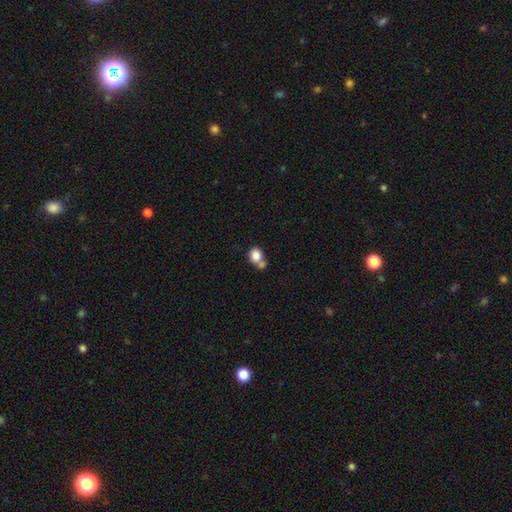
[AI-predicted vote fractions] This is clearly a smooth galaxy (82%). How rounded: likely round (69%). Merging: possibly merger (46%).